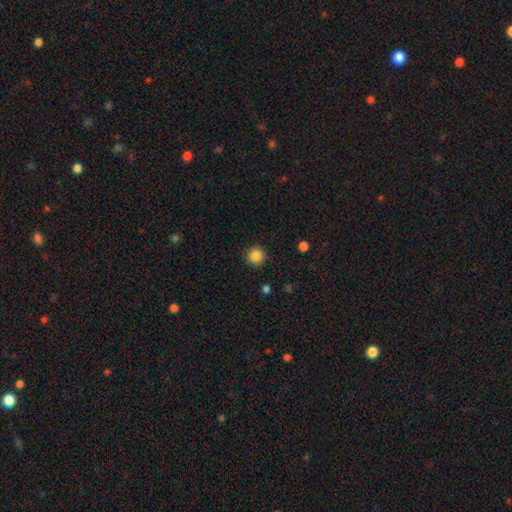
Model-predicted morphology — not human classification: Smooth or featured? Predicted: smooth (p=0.87). How rounded? Predicted: round (p=0.95). Merging? Predicted: none (p=0.91).